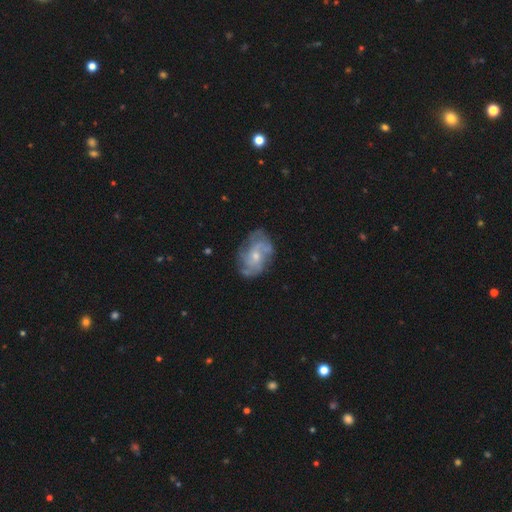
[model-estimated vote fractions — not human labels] Smooth or featured: featured or disk — 78% (smooth — 15%)
Edge-on disk: no — 97% (yes — 3%)
Bar: no — 72% (weak — 25%)
Spiral arms: yes — 88% (no — 12%)
Spiral winding: medium — 43% (tight — 38%)
Spiral arm count: can't tell — 33% (3 — 23%)
Bulge size: small — 57% (moderate — 38%)
Merging: none — 68% (minor disturbance — 20%)